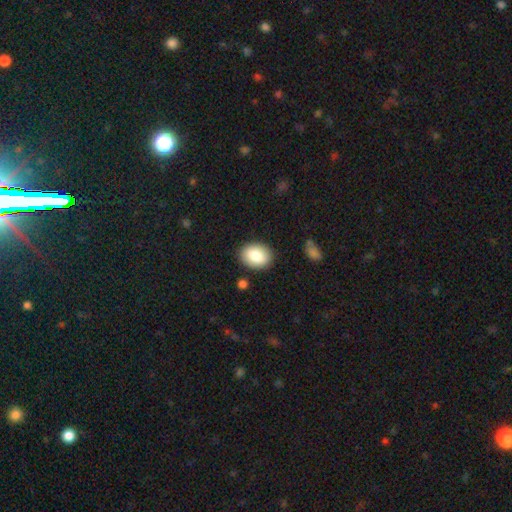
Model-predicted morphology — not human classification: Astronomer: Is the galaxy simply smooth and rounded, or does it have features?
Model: smooth — 85%.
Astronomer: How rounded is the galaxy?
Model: in between — 71%.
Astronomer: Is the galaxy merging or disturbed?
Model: none — 87%.